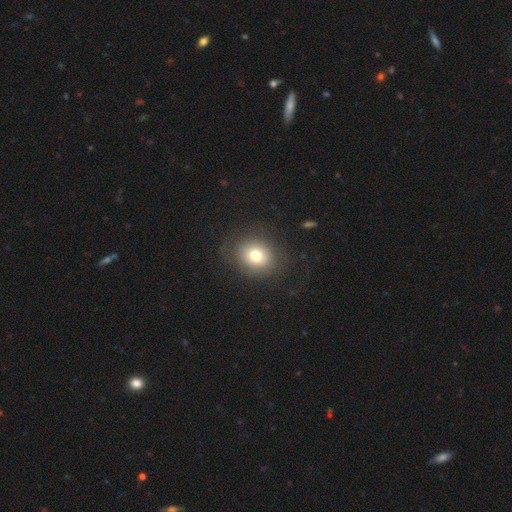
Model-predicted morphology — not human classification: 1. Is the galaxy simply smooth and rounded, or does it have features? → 74% smooth, 15% featured or disk, 11% star or artifact.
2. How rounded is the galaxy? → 67% round, 33% in between, 1% cigar-shaped.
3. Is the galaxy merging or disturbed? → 81% none, 11% minor disturbance, 7% major disturbance, 1% merger.